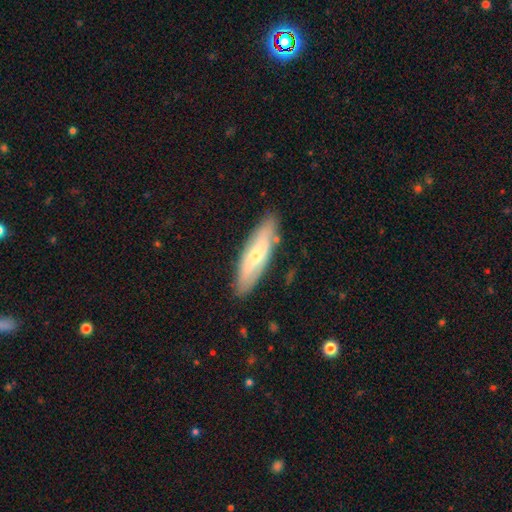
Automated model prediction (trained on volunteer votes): featured or disk 50%, smooth 44%, star or artifact 6%. Down the decision tree: merging — none (83%).